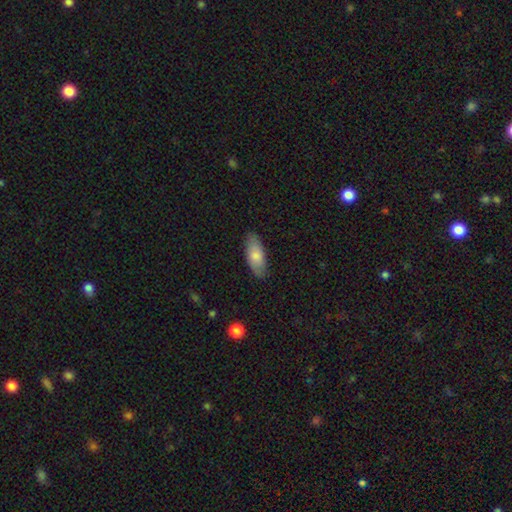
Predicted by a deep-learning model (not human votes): smooth-or-featured: smooth: 79% | featured or disk: 15% | star or artifact: 6%
  how-rounded: in between: 84% | cigar-shaped: 14% | round: 2%
  merging: none: 81% | minor disturbance: 15% | major disturbance: 3% | merger: 1%